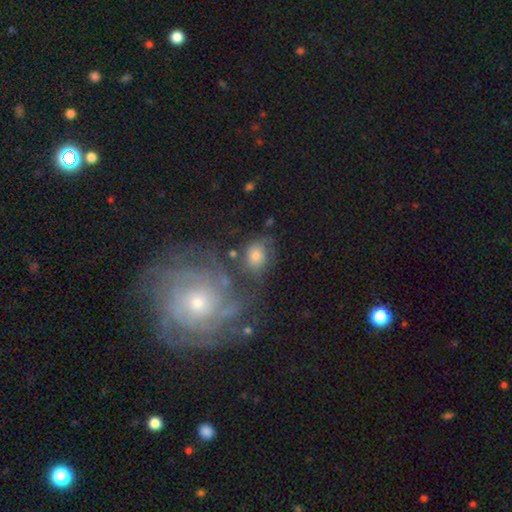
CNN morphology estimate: Smooth or featured?
  - smooth: 51% *
  - featured or disk: 37%
  - star or artifact: 11%
How rounded?
  - round: 56% *
  - in between: 43%
  - cigar-shaped: 1%
Merging?
  - none: 48% *
  - minor disturbance: 20%
  - merger: 19%
  - major disturbance: 14%